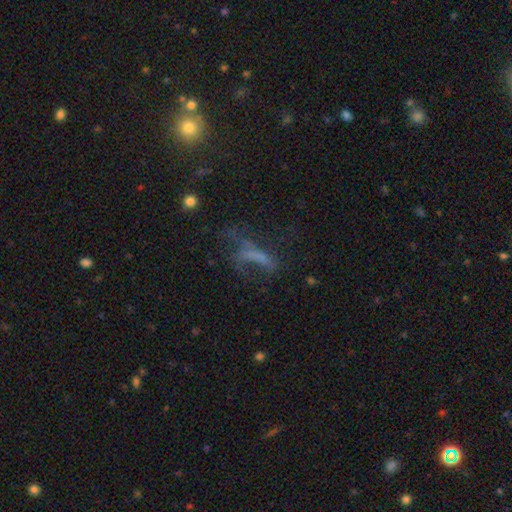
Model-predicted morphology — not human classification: smooth_or_featured: featured or disk (p=0.38) [alt: smooth p=0.36]
merging: major disturbance (p=0.42) [alt: none p=0.34]